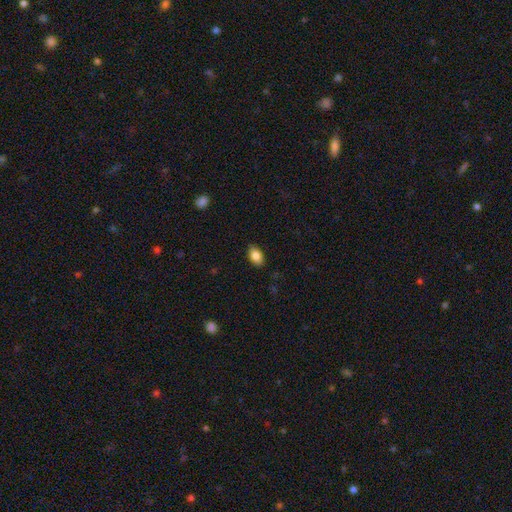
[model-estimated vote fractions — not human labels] Morphology: type=smooth (85%); roundness=in between (89%); merging=none (86%).